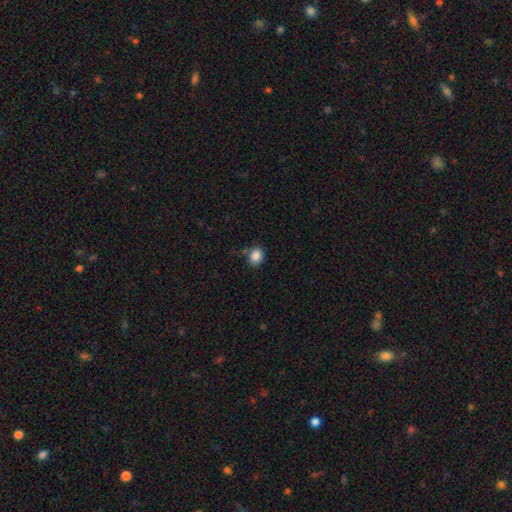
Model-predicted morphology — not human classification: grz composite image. It shows a smooth galaxy with no disk features (86%) that is round (69%). Merging: none (73%).